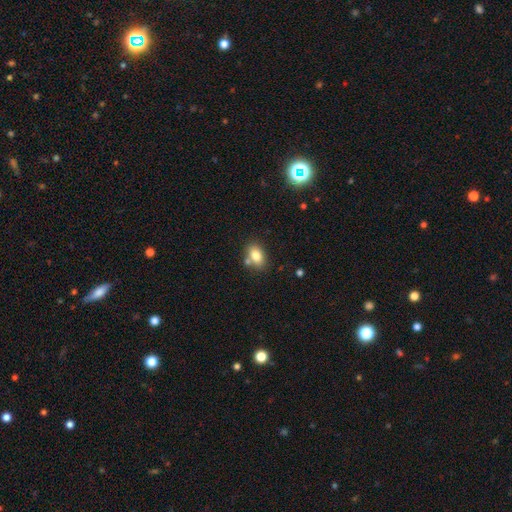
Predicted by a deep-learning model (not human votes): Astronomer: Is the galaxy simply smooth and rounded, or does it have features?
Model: smooth — 82%.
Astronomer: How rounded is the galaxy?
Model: in between — 83%.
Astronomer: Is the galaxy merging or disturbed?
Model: none — 68%.